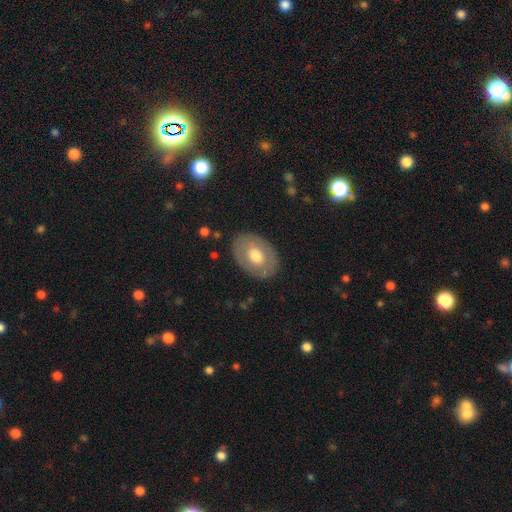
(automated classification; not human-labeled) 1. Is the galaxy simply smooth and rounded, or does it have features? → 57% smooth, 38% featured or disk, 6% star or artifact.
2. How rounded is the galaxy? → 78% in between, 21% round, 1% cigar-shaped.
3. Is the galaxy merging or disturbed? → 83% none, 12% minor disturbance, 4% major disturbance, 1% merger.